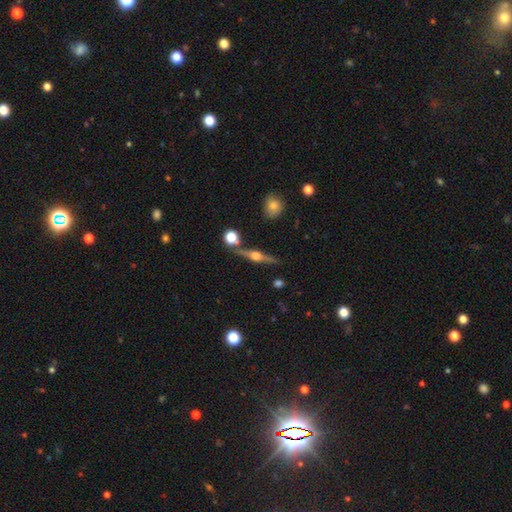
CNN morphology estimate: Smooth or featured?
  - featured or disk: 80% *
  - smooth: 13%
  - star or artifact: 7%
Edge-on disk?
  - yes: 97% *
  - no: 3%
Edge-on bulge?
  - rounded: 93% *
  - boxy: 6%
  - none: 2%
Merging?
  - none: 81% *
  - minor disturbance: 10%
  - merger: 7%
  - major disturbance: 3%